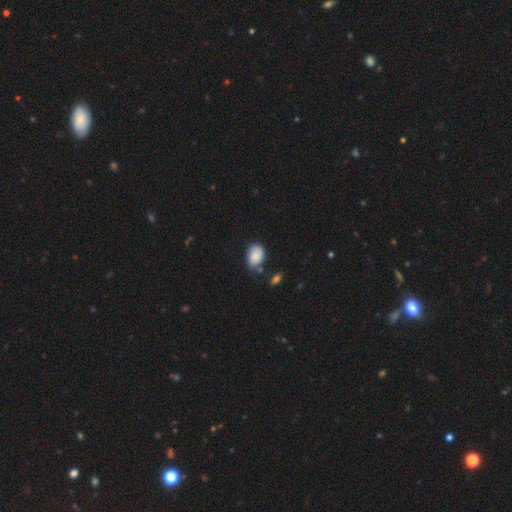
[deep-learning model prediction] Q: Smooth or featured?
A: smooth (85%); runner-up: featured or disk (8%)
Q: How rounded?
A: in between (74%); runner-up: round (25%)
Q: Merging?
A: none (61%); runner-up: minor disturbance (27%)